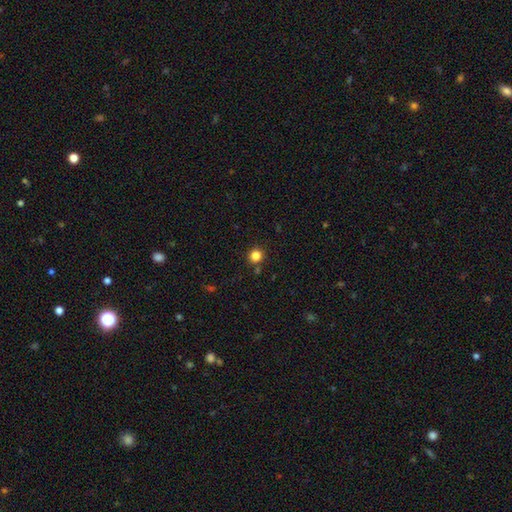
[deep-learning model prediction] A smooth galaxy with no disk features (83%) that is round (93%). Merging: none (86%).